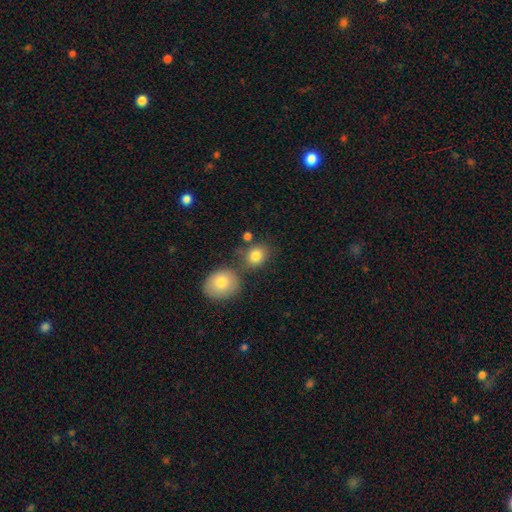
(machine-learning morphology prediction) smooth 83%, star or artifact 10%, featured or disk 8%. Down the decision tree: how rounded — round (62%); merging — none (65%).